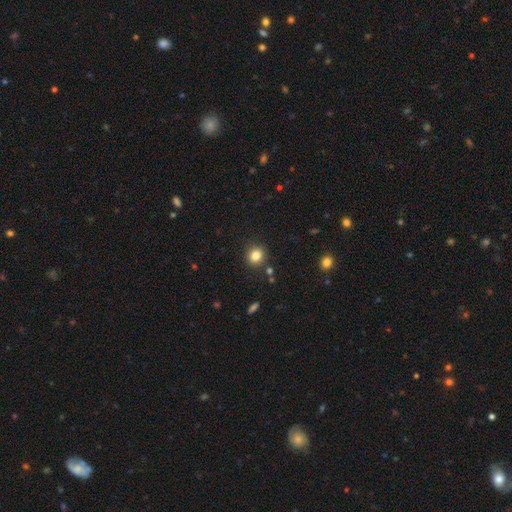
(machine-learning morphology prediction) Q: Smooth or featured?
A: smooth (82%); runner-up: star or artifact (12%)
Q: How rounded?
A: round (84%); runner-up: in between (15%)
Q: Merging?
A: none (88%); runner-up: minor disturbance (7%)